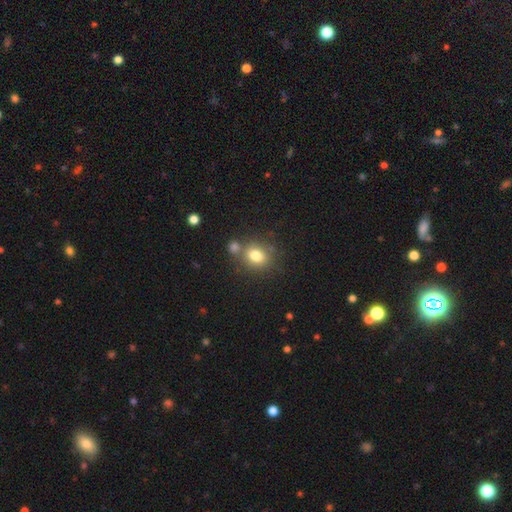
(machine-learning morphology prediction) Smooth or featured? Predicted: smooth (p=0.79). How rounded? Predicted: round (p=0.55). Merging? Predicted: none (p=0.62).